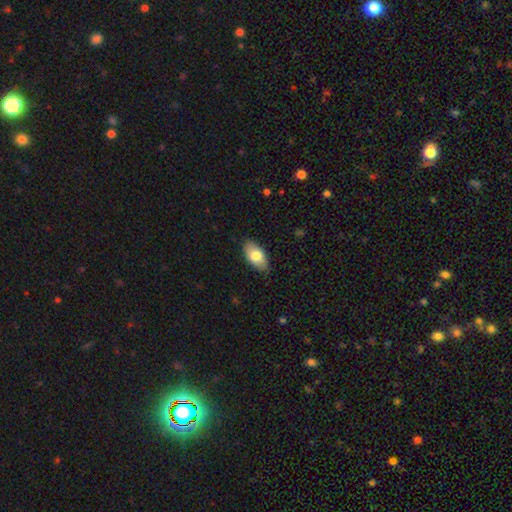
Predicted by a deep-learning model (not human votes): A smooth galaxy with no disk features (77%) that is in between round and cigar-shaped (94%). Merging: none (82%).